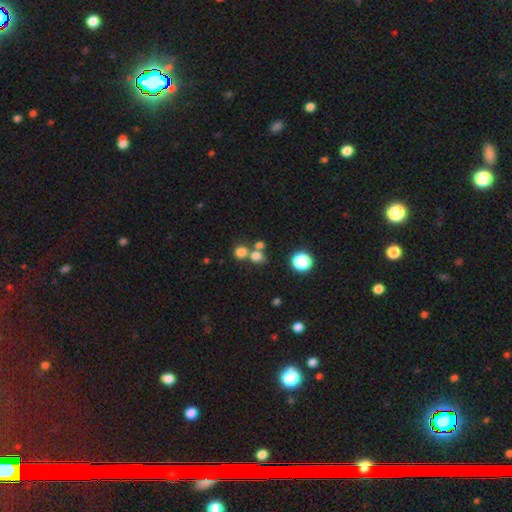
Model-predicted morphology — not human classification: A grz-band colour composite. It shows a smooth galaxy with no disk features (74%) that is round (76%). Merging: none (51%).